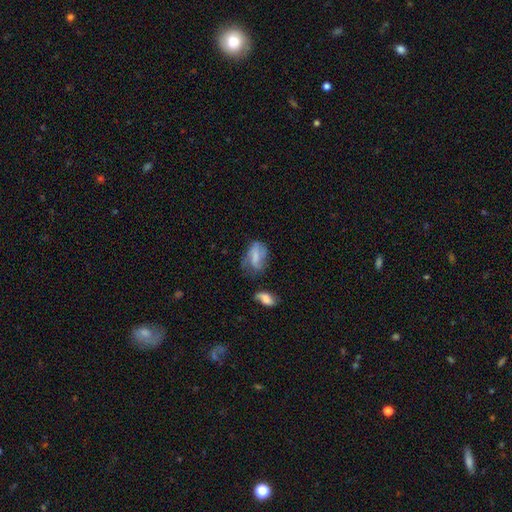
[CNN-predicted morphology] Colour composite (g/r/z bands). It shows a smooth galaxy with no disk features (52%) that is in between round and cigar-shaped (85%). Merging: none (38%).